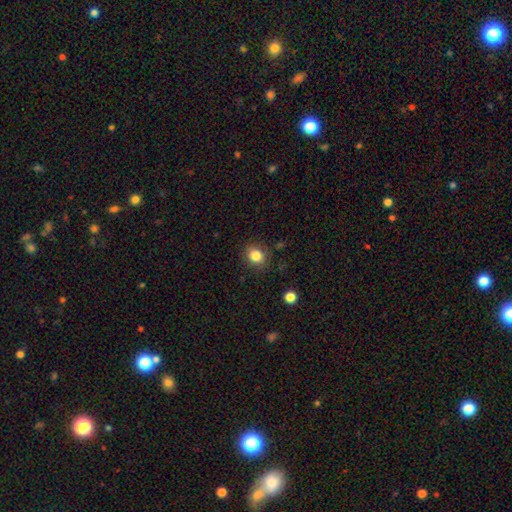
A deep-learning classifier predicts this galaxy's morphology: smooth-or-featured: smooth: 84% | star or artifact: 11% | featured or disk: 6%
  how-rounded: round: 68% | in between: 31% | cigar-shaped: 1%
  merging: none: 86% | minor disturbance: 10% | major disturbance: 3% | merger: 1%